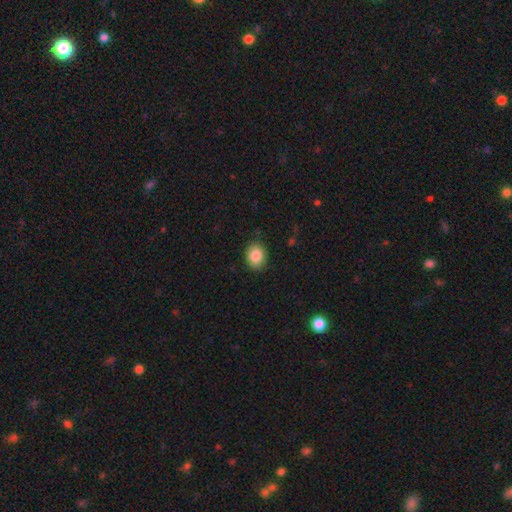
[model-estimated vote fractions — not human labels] Q: Smooth or featured?
A: smooth (87%); runner-up: star or artifact (8%)
Q: How rounded?
A: in between (57%); runner-up: round (43%)
Q: Merging?
A: none (88%); runner-up: minor disturbance (9%)